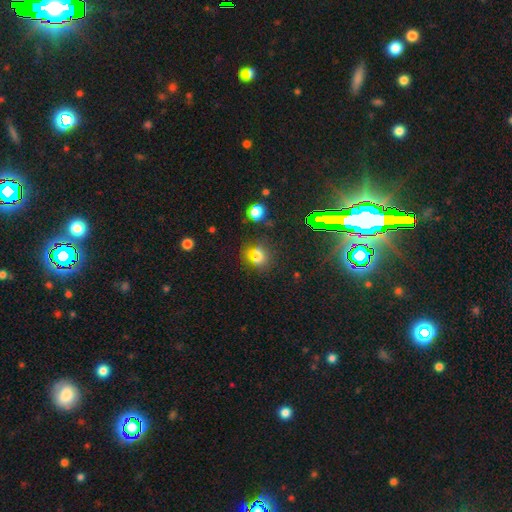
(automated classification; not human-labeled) Smooth or featured? Predicted: smooth (p=0.68). How rounded? Predicted: round (p=0.64). Merging? Predicted: none (p=0.73).